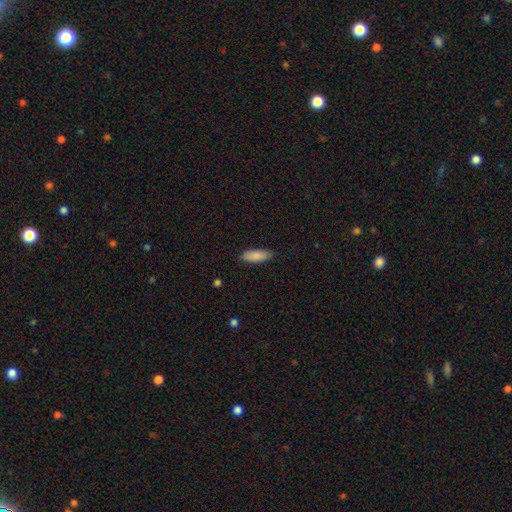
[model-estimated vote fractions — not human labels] Overall: smooth (89%). How rounded: in between (70%). Merging: none (87%).